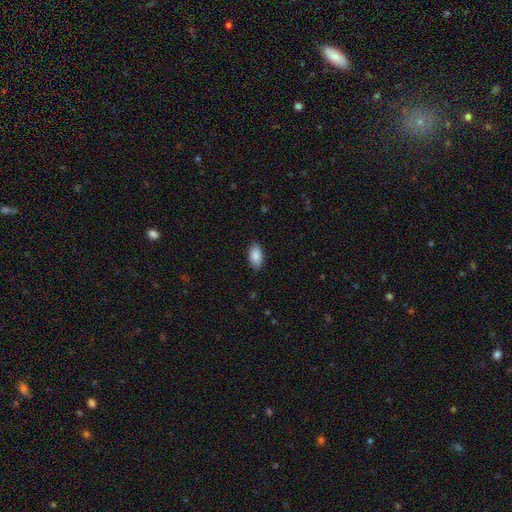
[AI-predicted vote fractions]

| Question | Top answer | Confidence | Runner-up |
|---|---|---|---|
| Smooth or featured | smooth | 88% | star or artifact (6%) |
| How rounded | in between | 94% | round (3%) |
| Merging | none | 86% | minor disturbance (10%) |